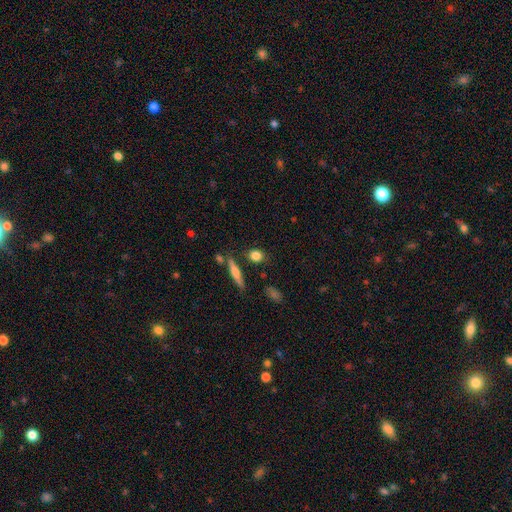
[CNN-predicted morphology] A smooth galaxy with no disk features (79%) that is round (55%). Merging: none (78%).